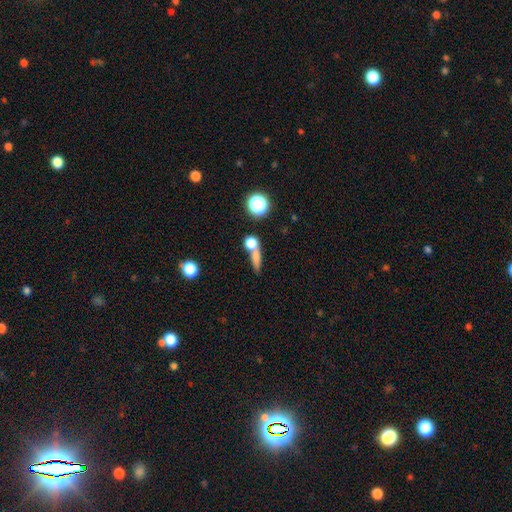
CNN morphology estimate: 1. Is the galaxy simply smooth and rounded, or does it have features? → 68% smooth, 17% featured or disk, 15% star or artifact.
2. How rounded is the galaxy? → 39% cigar-shaped, 37% round, 24% in between.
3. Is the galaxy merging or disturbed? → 44% none, 38% merger, 10% minor disturbance, 8% major disturbance.